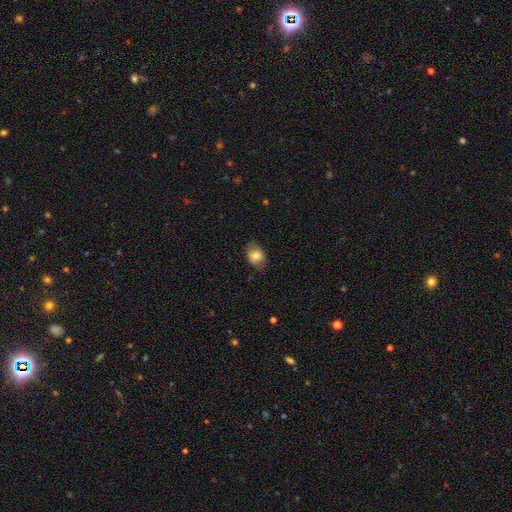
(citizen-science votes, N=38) A smooth galaxy with no disk features (84%) that is round (66%). Merging: none (66%).